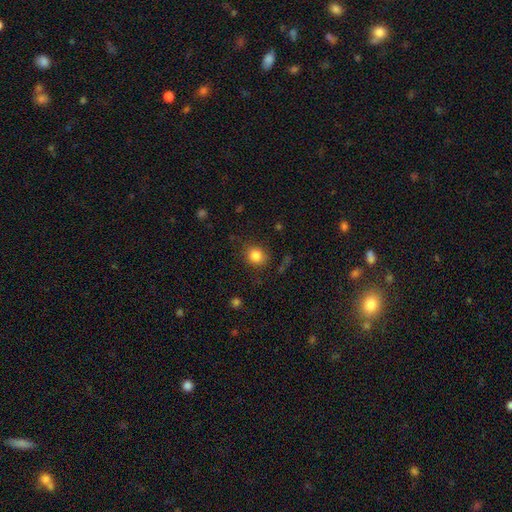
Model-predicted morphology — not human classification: Overall: smooth (84%). How rounded: round (80%). Merging: none (82%).